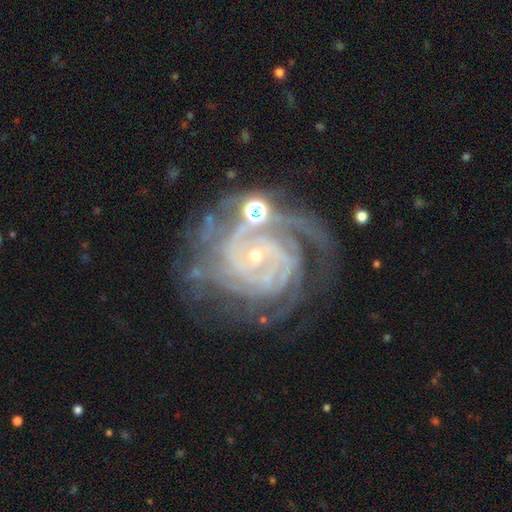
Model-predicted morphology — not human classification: Smooth or featured? featured or disk (90%)
Edge-on disk? no (98%)
Bar? no (70%)
Spiral arms? yes (98%)
Spiral winding? tight (78%)
Spiral arm count? 4 (24%)
Bulge size? small (83%)
Merging? none (59%)